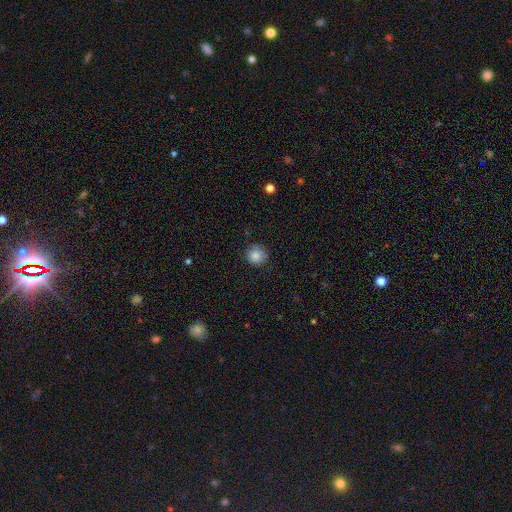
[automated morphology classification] Overall: smooth (85%). How rounded: round (93%). Merging: none (83%).